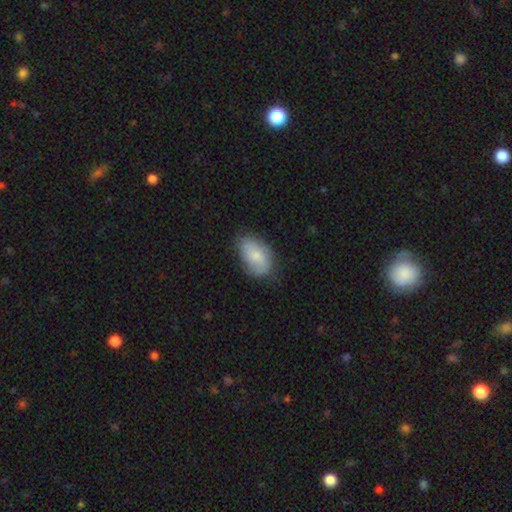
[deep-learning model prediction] Smooth or featured? Predicted: smooth (p=0.72). How rounded? Predicted: in between (p=0.90). Merging? Predicted: none (p=0.69).